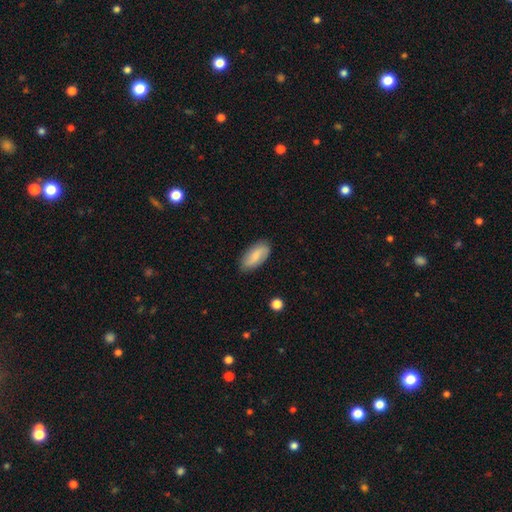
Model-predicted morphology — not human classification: The model was most divided on "smooth or featured": smooth: 74%, featured or disk: 20%, star or artifact: 6%. More confident: how rounded — in between (89%); merging — none (83%).